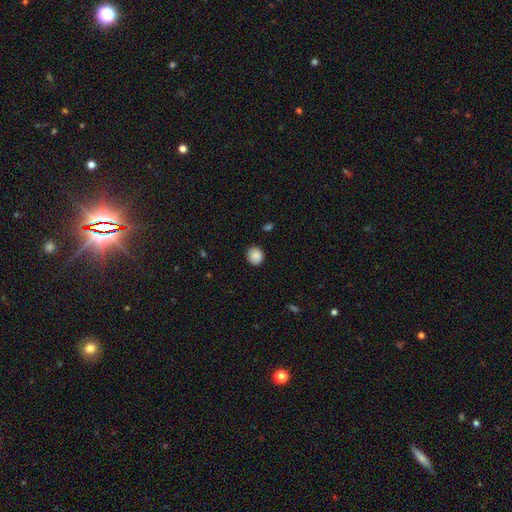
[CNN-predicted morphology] Smooth or featured: smooth — 88% (star or artifact — 8%)
How rounded: round — 84% (in between — 15%)
Merging: none — 88% (minor disturbance — 9%)